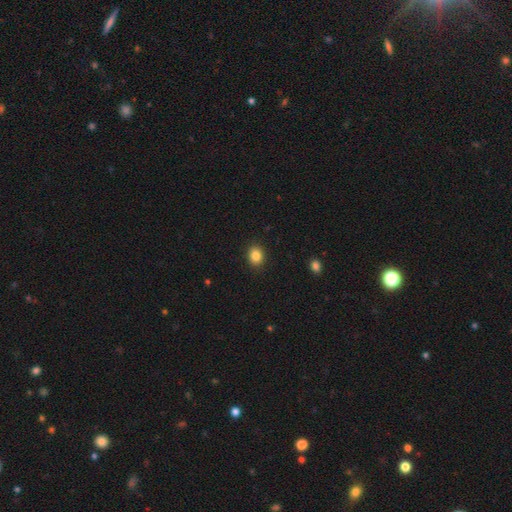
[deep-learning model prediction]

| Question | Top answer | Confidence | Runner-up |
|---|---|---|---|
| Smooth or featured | smooth | 85% | star or artifact (10%) |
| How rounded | round | 57% | in between (42%) |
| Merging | none | 90% | minor disturbance (7%) |